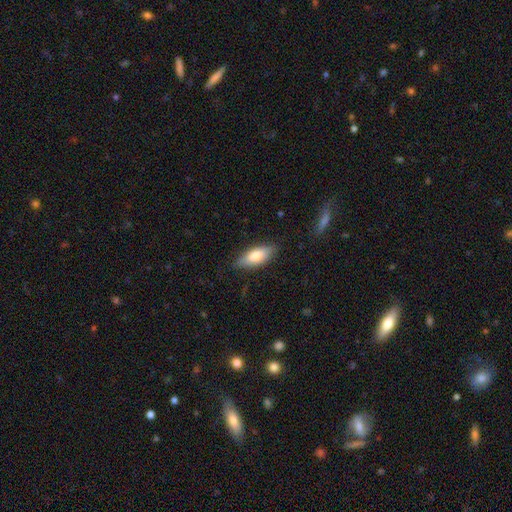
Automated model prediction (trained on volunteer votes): Smooth or featured?
  - smooth: 75% *
  - featured or disk: 19%
  - star or artifact: 6%
How rounded?
  - in between: 77% *
  - cigar-shaped: 20%
  - round: 2%
Merging?
  - none: 82% *
  - minor disturbance: 14%
  - major disturbance: 3%
  - merger: 1%